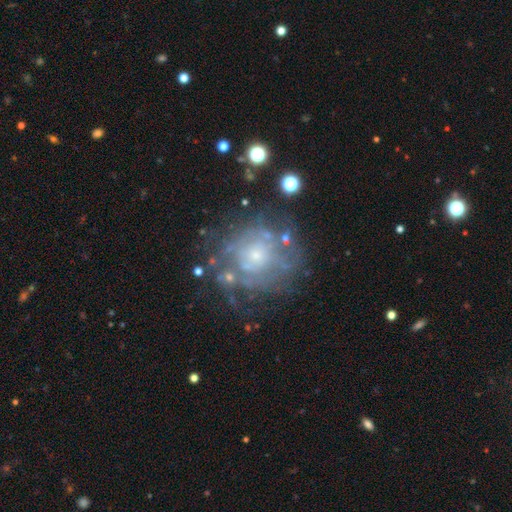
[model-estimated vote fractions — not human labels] The model was most divided on "spiral arms": yes: 60%, no: 40%. More confident: edge-on disk — no (97%); bar — no (86%); bulge size — small (72%); smooth or featured — featured or disk (68%); merging — none (65%).